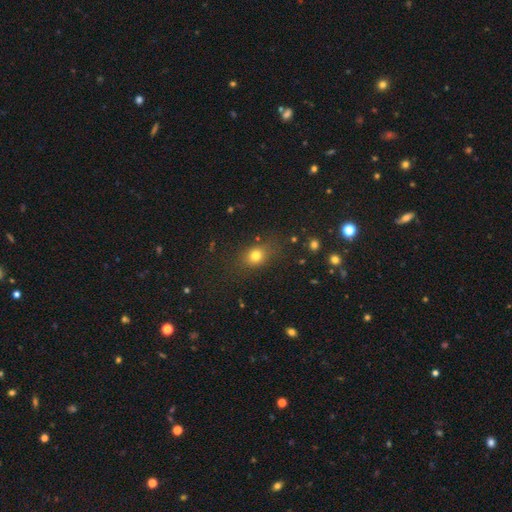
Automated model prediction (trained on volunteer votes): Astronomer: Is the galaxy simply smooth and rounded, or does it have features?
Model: smooth — 77%.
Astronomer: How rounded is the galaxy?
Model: round — 51% (runner-up: in between, 47%).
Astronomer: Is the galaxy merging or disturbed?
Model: none — 77%.